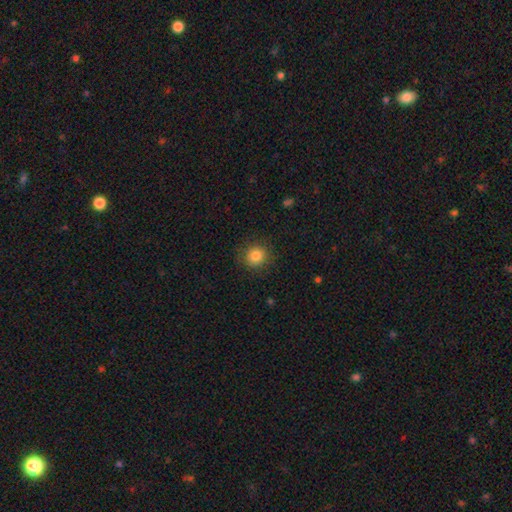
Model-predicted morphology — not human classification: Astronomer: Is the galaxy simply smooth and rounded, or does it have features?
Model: smooth — 84%.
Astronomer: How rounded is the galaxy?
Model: round — 87%.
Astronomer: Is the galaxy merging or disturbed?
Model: none — 88%.